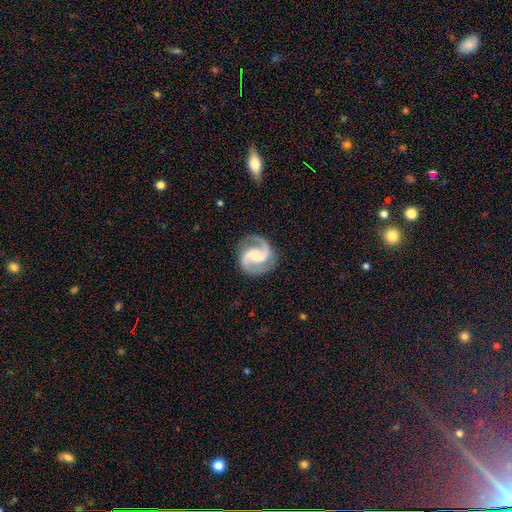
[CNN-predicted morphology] A featured or disk galaxy (92%) with a weak bar (44%), 2 (93%) medium (62%) spiral arms (98%) and a small central bulge (51%). Merging: none (85%).